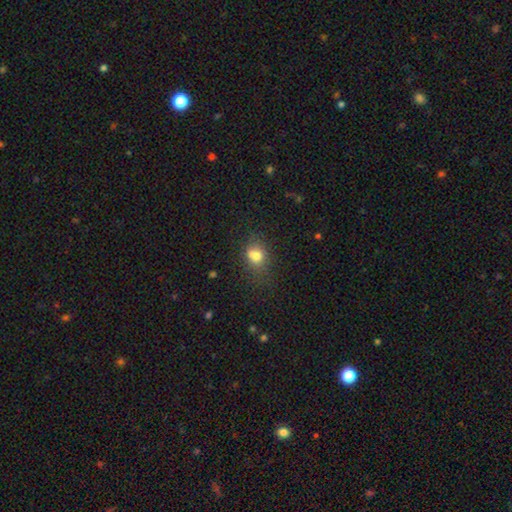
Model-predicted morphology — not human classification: This appears to be a smooth galaxy with no disk features (75%) that is in between round and cigar-shaped (52%). Merging: none (53%).